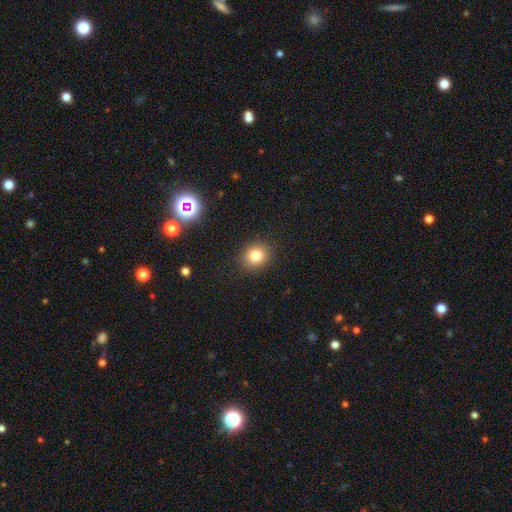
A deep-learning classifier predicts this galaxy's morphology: This is likely a smooth galaxy (80%). How rounded: likely round (75%). Merging: clearly none (89%).